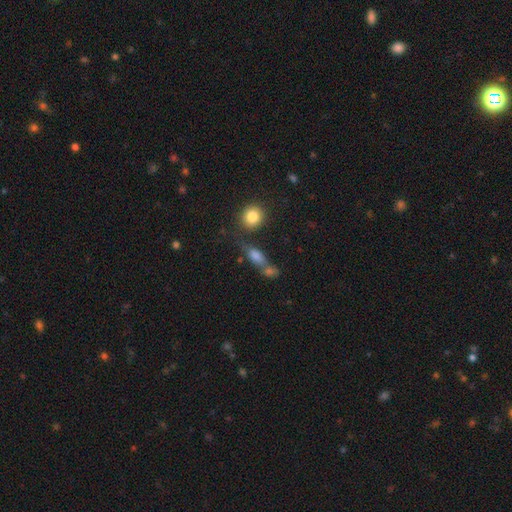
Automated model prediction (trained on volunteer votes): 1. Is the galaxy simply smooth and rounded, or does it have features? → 67% smooth, 19% featured or disk, 14% star or artifact.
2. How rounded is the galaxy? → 58% in between, 29% cigar-shaped, 13% round.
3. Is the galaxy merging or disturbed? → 45% none, 32% merger, 14% minor disturbance, 8% major disturbance.